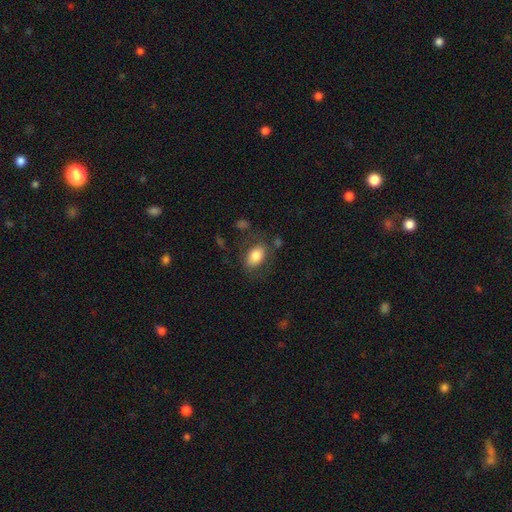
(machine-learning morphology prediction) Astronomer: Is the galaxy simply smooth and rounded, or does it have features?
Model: smooth — 79%.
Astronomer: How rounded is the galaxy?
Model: in between — 87%.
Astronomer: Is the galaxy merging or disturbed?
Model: none — 71%.